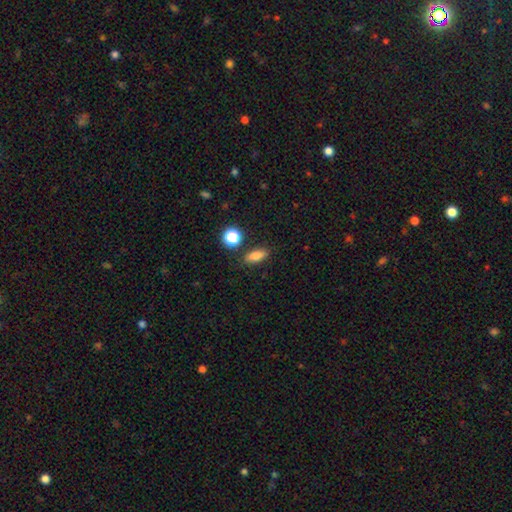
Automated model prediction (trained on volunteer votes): Smooth or featured? smooth (77%)
How rounded? in between (72%)
Merging? none (84%)